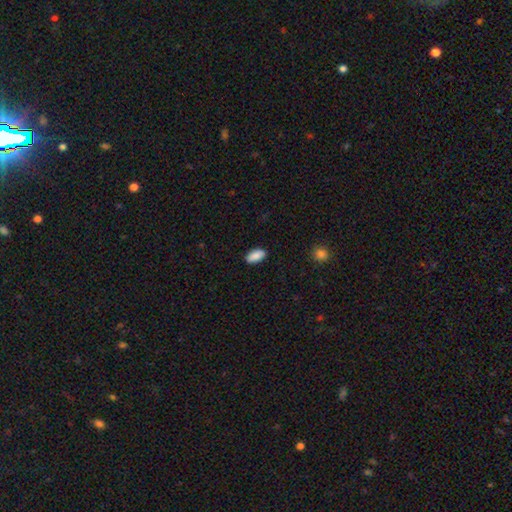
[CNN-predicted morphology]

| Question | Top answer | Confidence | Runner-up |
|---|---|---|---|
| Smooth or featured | smooth | 89% | star or artifact (7%) |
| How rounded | in between | 92% | cigar-shaped (5%) |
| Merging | none | 88% | minor disturbance (9%) |